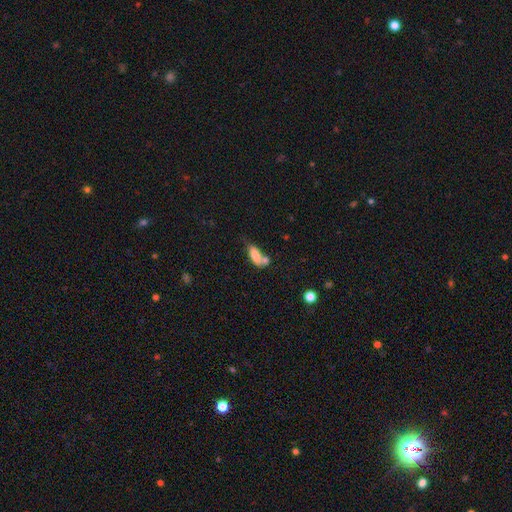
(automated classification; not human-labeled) A smooth galaxy with no disk features (76%) that is in between round and cigar-shaped (73%).

Vote fractions:
- Smooth or featured? smooth: 76% / featured or disk: 15% / star or artifact: 9%
- How rounded? in between: 73% / cigar-shaped: 23% / round: 3%
- Merging? merger: 40% / none: 29% / minor disturbance: 20% / major disturbance: 10%